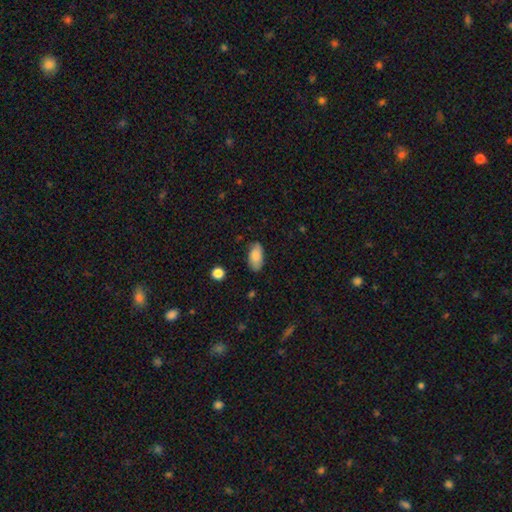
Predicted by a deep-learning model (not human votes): smooth 85%, featured or disk 8%, star or artifact 7%. Down the decision tree: how rounded — in between (93%); merging — none (78%).